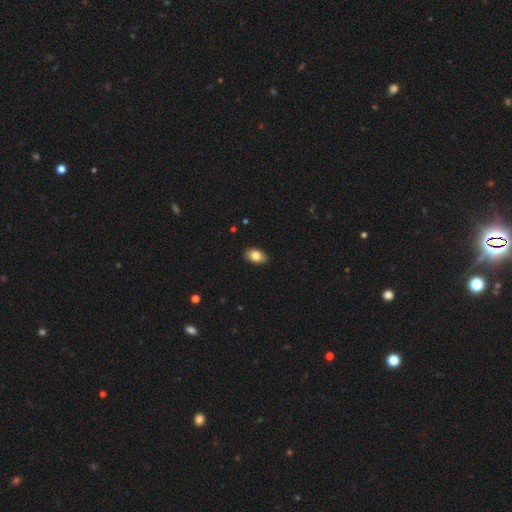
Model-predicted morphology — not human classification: The model was most divided on "smooth or featured": smooth: 82%, featured or disk: 10%, star or artifact: 7%. More confident: how rounded — in between (89%); merging — none (88%).